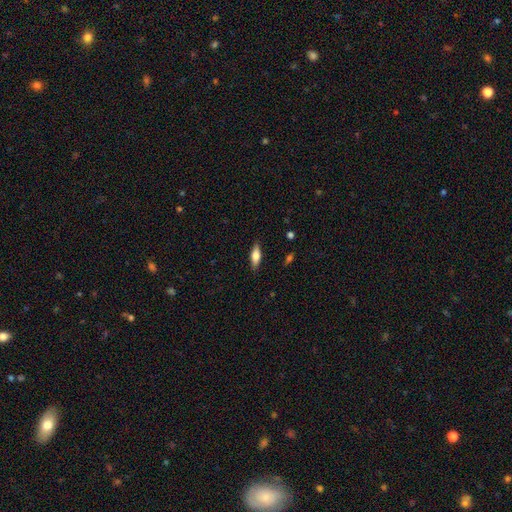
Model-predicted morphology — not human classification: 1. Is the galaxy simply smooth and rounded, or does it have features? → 64% smooth, 29% featured or disk, 7% star or artifact.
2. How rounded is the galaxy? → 60% in between, 37% cigar-shaped, 3% round.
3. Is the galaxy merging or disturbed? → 86% none, 10% minor disturbance, 2% major disturbance, 1% merger.